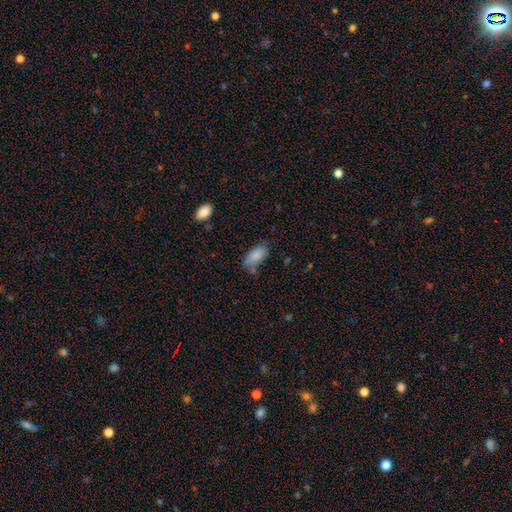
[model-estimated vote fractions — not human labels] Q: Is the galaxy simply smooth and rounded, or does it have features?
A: smooth — 86%.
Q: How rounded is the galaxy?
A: in between — 91%.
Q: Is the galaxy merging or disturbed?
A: none — 58%.